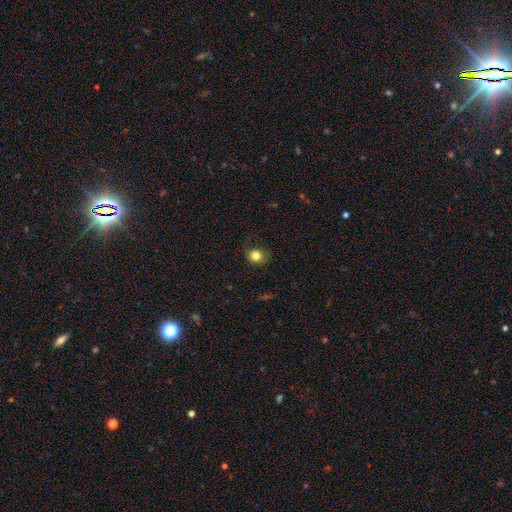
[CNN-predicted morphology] Smooth or featured?
  - smooth: 81% *
  - star or artifact: 12%
  - featured or disk: 6%
How rounded?
  - round: 77% *
  - in between: 22%
  - cigar-shaped: 1%
Merging?
  - none: 76% *
  - minor disturbance: 18%
  - major disturbance: 5%
  - merger: 1%